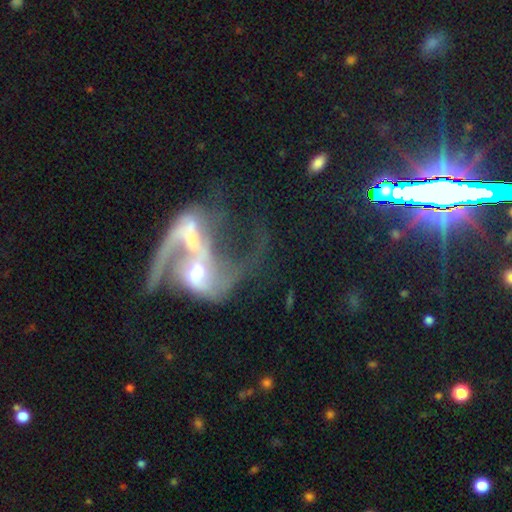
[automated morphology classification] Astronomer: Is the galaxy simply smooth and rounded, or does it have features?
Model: featured or disk — 78%.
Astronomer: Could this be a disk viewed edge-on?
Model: no — 96%.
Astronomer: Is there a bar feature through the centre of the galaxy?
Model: no — 45% (runner-up: weak, 32%).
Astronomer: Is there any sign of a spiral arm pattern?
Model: yes — 82%.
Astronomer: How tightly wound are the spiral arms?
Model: loose — 66%.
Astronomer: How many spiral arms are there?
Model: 2 — 66%.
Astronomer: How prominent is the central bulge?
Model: moderate — 52% (runner-up: small, 32%).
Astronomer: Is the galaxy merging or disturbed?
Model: merger — 68%.